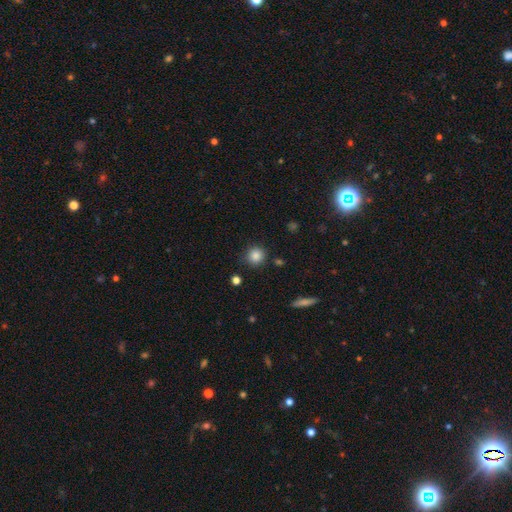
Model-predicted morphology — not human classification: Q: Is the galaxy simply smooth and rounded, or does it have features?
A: smooth — 85%.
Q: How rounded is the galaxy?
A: round — 92%.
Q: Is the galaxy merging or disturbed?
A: none — 85%.